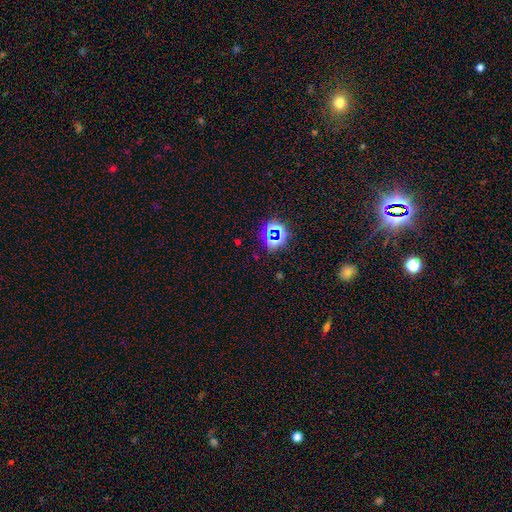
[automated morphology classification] smooth-or-featured: star or artifact: 69% | smooth: 23% | featured or disk: 8%